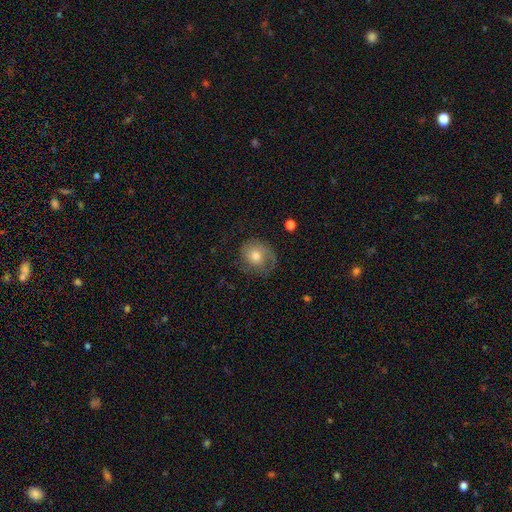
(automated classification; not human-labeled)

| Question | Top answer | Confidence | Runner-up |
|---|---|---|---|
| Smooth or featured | smooth | 47% | featured or disk (44%) |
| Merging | none | 63% | minor disturbance (21%) |